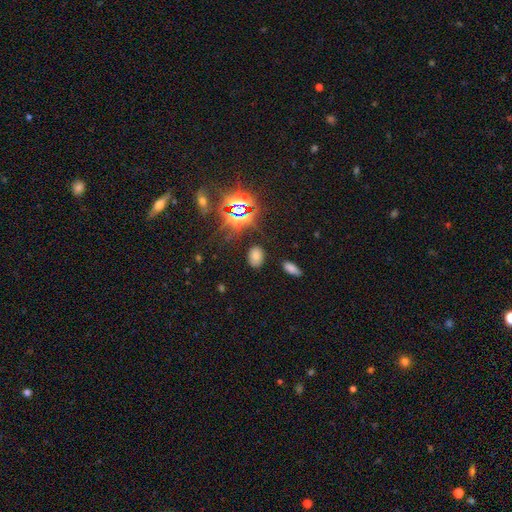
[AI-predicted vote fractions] smooth_or_featured: smooth (p=0.65) [alt: star or artifact p=0.27]
how_rounded: in between (p=0.81) [alt: round p=0.17]
merging: none (p=0.84) [alt: minor disturbance p=0.10]